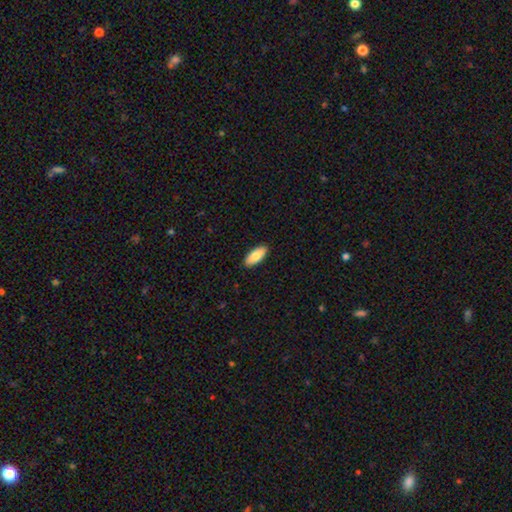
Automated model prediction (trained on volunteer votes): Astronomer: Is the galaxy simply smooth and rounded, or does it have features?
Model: smooth — 83%.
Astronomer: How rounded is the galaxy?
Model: in between — 84%.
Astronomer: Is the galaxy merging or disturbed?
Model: none — 91%.